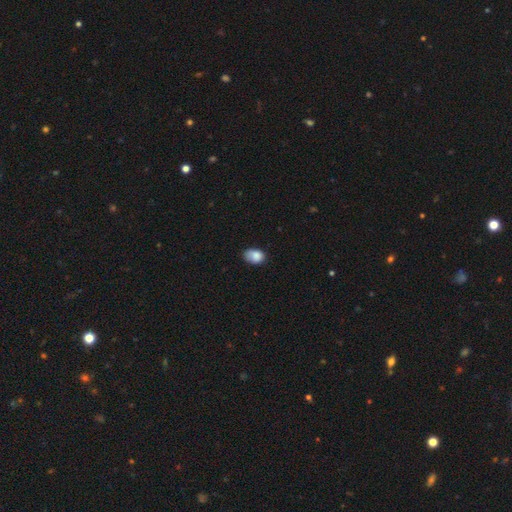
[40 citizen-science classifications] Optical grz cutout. It shows a smooth galaxy with no disk features (82%) that is in between round and cigar-shaped (85%). Merging: none (56%).